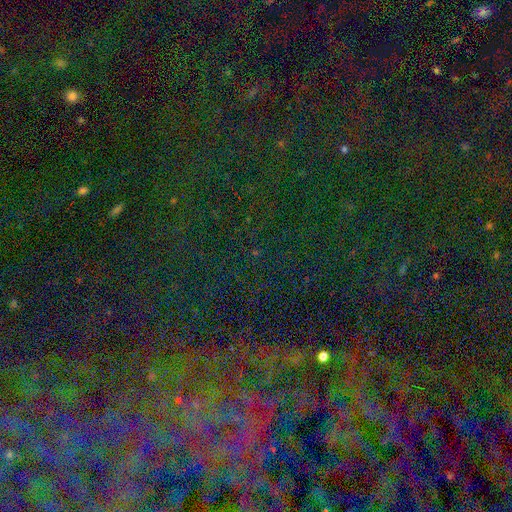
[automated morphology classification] This is likely a star or artifact rather than a galaxy (78%).